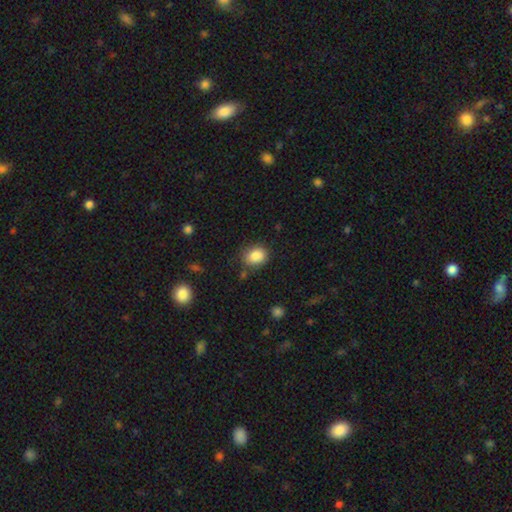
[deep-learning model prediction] Smooth or featured? smooth (86%)
How rounded? round (60%)
Merging? none (73%)